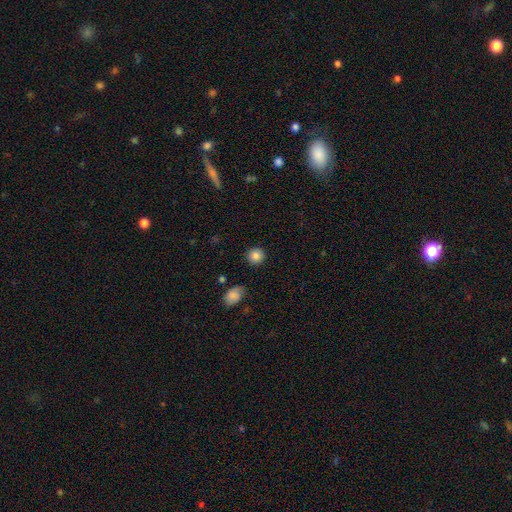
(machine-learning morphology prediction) Overall: smooth (84%). How rounded: round (92%). Merging: none (89%).